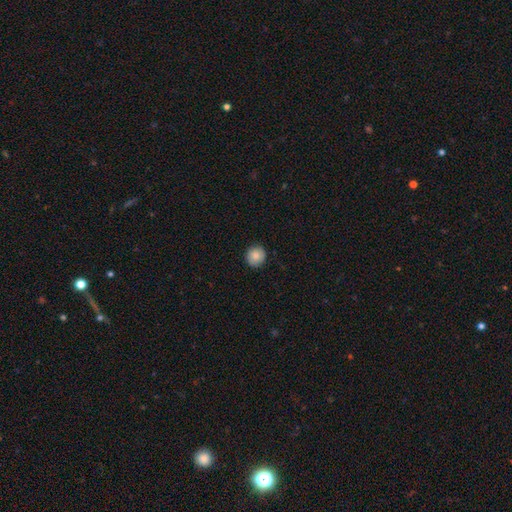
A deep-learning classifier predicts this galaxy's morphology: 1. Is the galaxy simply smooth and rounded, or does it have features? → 81% smooth, 11% featured or disk, 8% star or artifact.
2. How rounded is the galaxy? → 89% round, 11% in between, 1% cigar-shaped.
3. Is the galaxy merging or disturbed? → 87% none, 10% minor disturbance, 2% major disturbance, 1% merger.